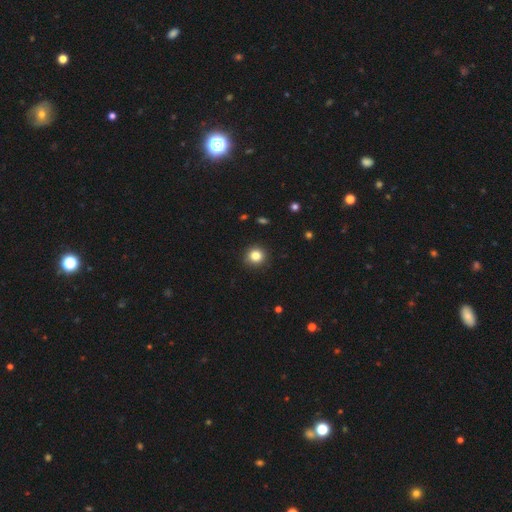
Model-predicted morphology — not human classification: Overall: smooth (83%). How rounded: round (93%). Merging: none (92%).